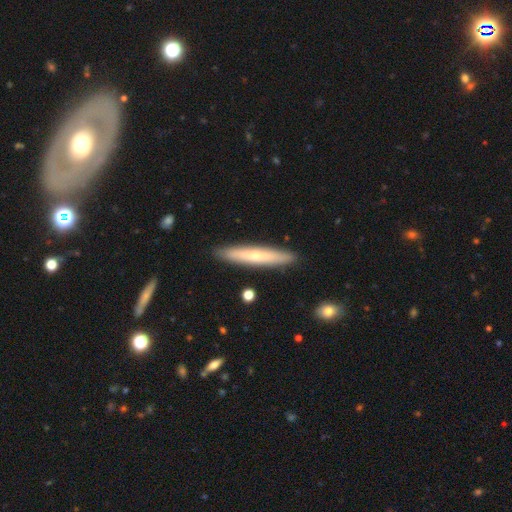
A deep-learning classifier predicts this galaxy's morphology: This is possibly a smooth galaxy (53%). How rounded: clearly cigar-shaped (93%). Merging: clearly none (90%).